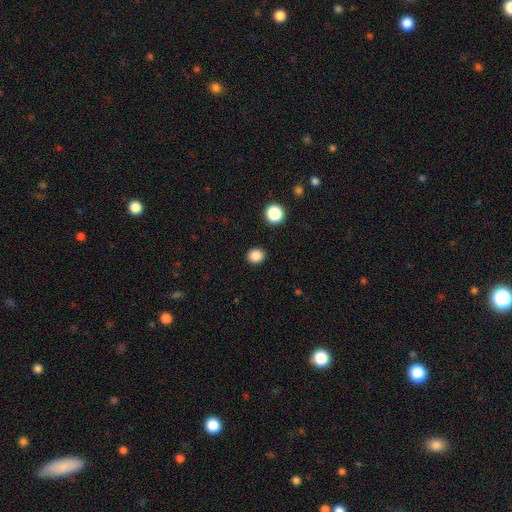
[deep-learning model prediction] smooth_or_featured: smooth (p=0.86) [alt: star or artifact p=0.11]
how_rounded: round (p=0.84) [alt: in between p=0.15]
merging: none (p=0.91) [alt: minor disturbance p=0.05]